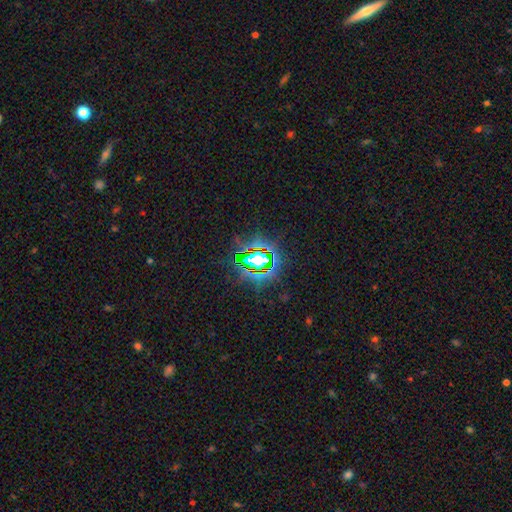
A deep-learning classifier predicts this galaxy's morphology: This appears to be a star or artifact, not a galaxy (82%).